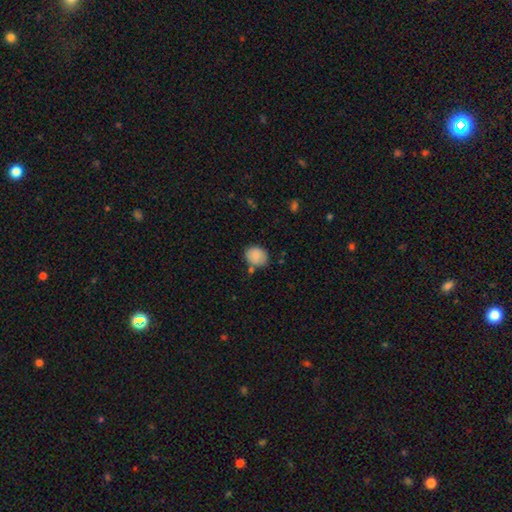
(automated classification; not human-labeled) Morphology: type=smooth (86%); roundness=round (56%); merging=none (69%).